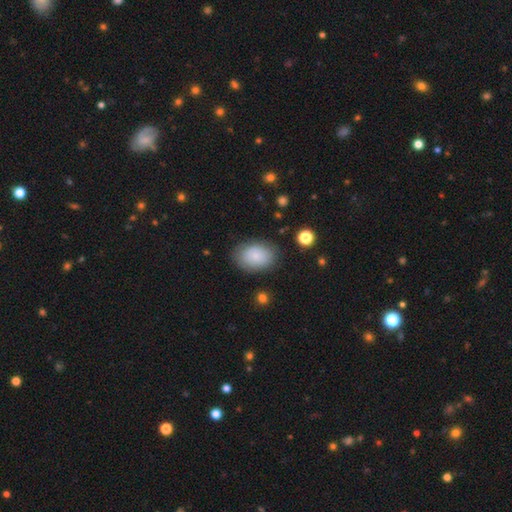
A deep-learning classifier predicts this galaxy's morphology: A smooth galaxy with no disk features (81%) that is in between round and cigar-shaped (80%). Merging: none (80%).